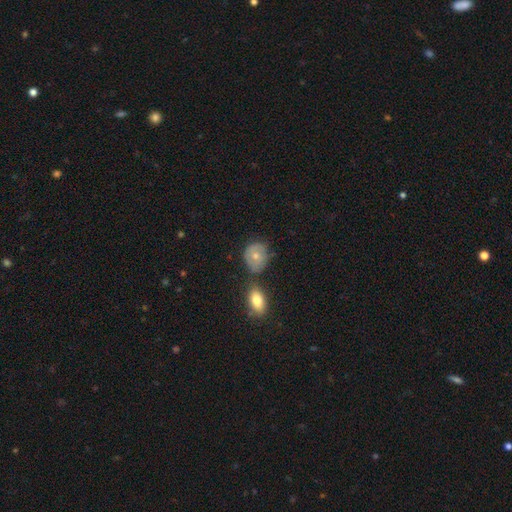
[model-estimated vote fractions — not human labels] This is possibly a smooth galaxy (60%). How rounded: possibly round (60%). Merging: possibly none (55%).